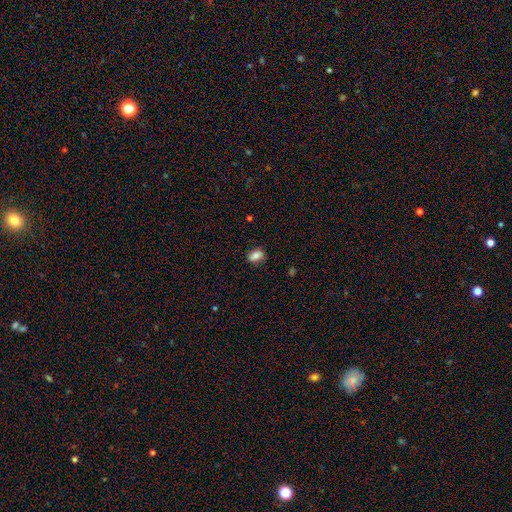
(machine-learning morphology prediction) A smooth galaxy with no disk features (77%) that is in between round and cigar-shaped (77%). Merging: none (82%).